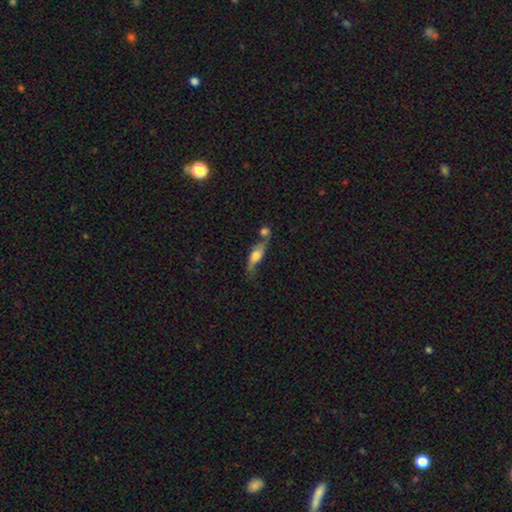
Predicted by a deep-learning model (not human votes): smooth 51%, featured or disk 41%, star or artifact 8%. Down the decision tree: how rounded — in between (52%); merging — none (41%).